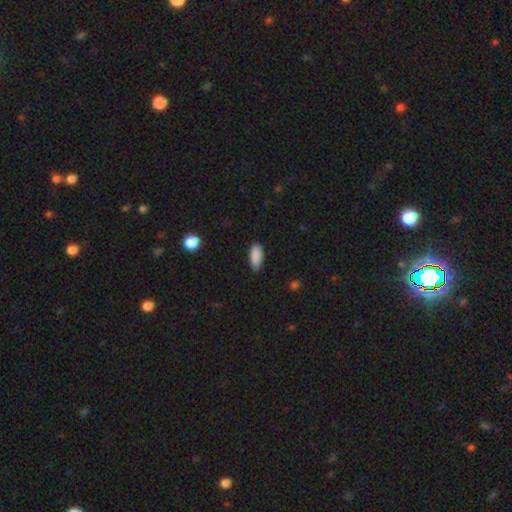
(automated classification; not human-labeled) Morphology: type=smooth (88%); roundness=in between (81%); merging=none (82%).